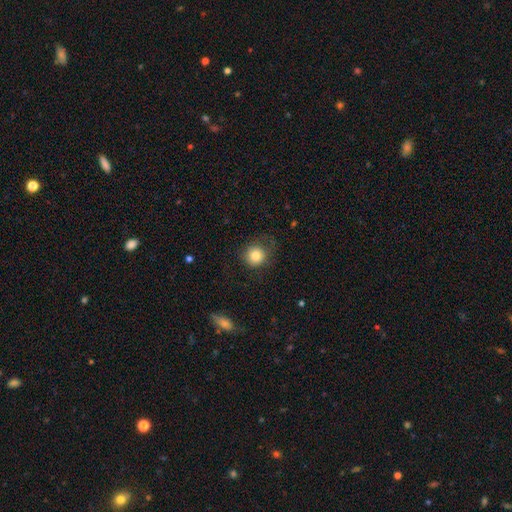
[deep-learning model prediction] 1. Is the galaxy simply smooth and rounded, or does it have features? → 82% smooth, 10% star or artifact, 8% featured or disk.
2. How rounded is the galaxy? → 89% round, 10% in between, 1% cigar-shaped.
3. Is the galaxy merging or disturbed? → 70% none, 19% minor disturbance, 10% major disturbance, 1% merger.